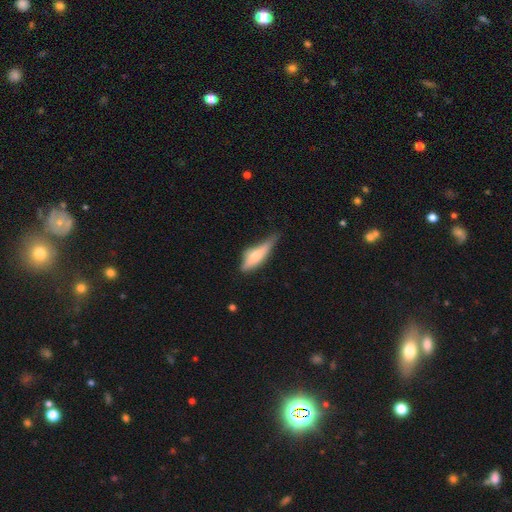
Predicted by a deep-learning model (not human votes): Smooth or featured? smooth (55%)
How rounded? cigar-shaped (54%)
Merging? none (45%)